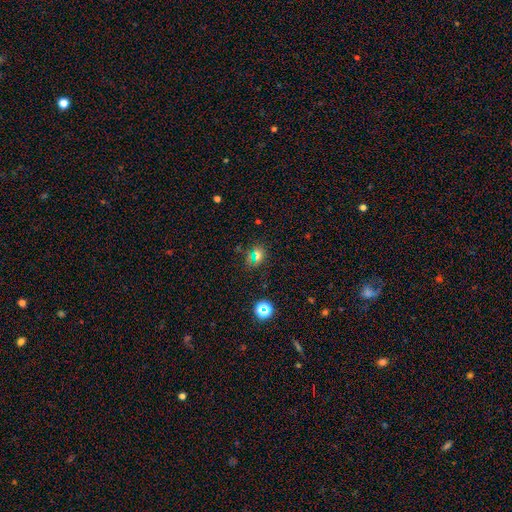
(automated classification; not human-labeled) smooth-or-featured: smooth: 51% | star or artifact: 39% | featured or disk: 11%
  how-rounded: round: 55% | in between: 42% | cigar-shaped: 3%
  merging: none: 78% | minor disturbance: 12% | major disturbance: 5% | merger: 4%